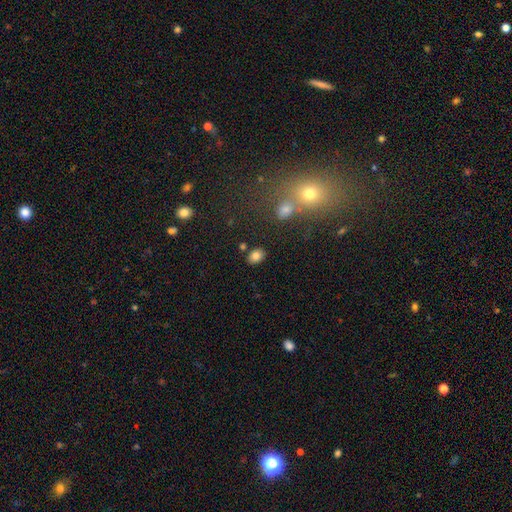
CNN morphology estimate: Overall: smooth (81%). How rounded: in between (68%; round 31%). Merging: none (82%).